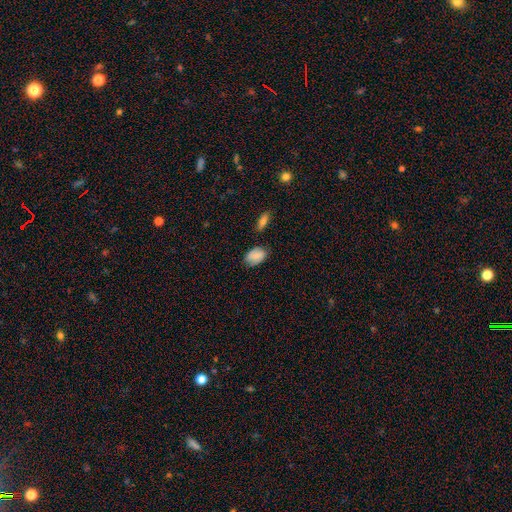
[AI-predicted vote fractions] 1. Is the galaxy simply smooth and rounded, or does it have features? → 79% smooth, 12% featured or disk, 8% star or artifact.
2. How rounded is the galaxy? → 88% in between, 11% round, 2% cigar-shaped.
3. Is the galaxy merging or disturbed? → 69% none, 23% minor disturbance, 5% major disturbance, 3% merger.